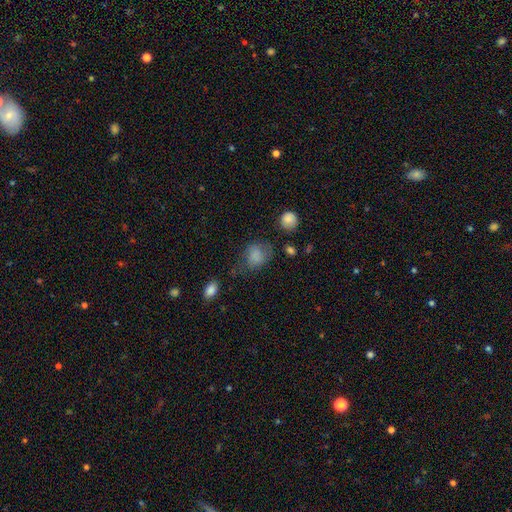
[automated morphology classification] Smooth or featured? Predicted: smooth (p=0.78). How rounded? Predicted: in between (p=0.50). Merging? Predicted: none (p=0.49).